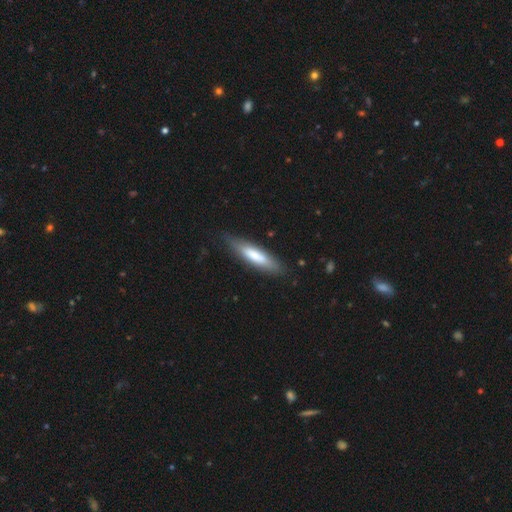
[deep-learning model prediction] This is likely a smooth galaxy (67%). How rounded: likely cigar-shaped (75%). Merging: clearly none (80%).